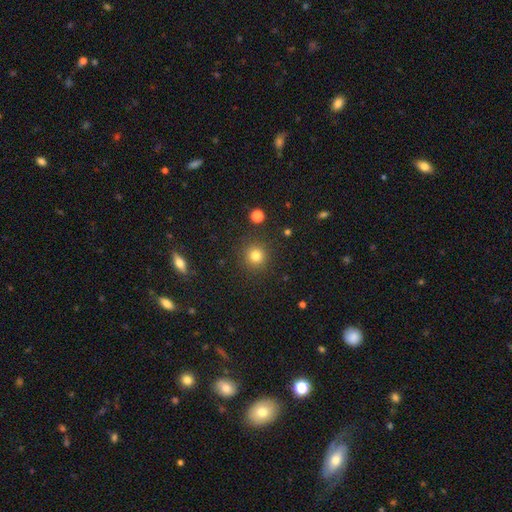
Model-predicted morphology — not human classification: Q: Smooth or featured?
A: smooth (81%); runner-up: star or artifact (13%)
Q: How rounded?
A: round (93%); runner-up: in between (6%)
Q: Merging?
A: none (90%); runner-up: minor disturbance (6%)